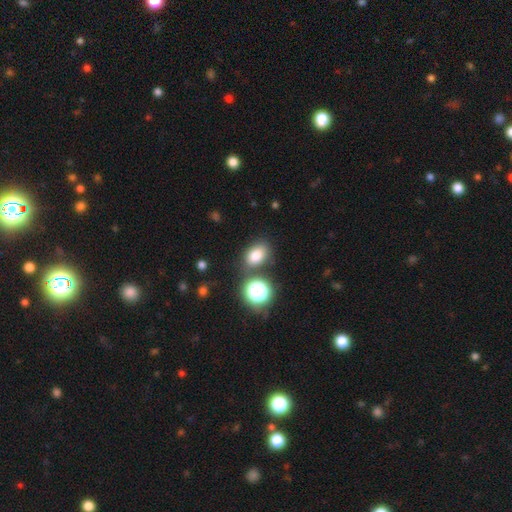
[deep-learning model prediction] Overall: smooth (78%). How rounded: in between (73%). Merging: none (73%).